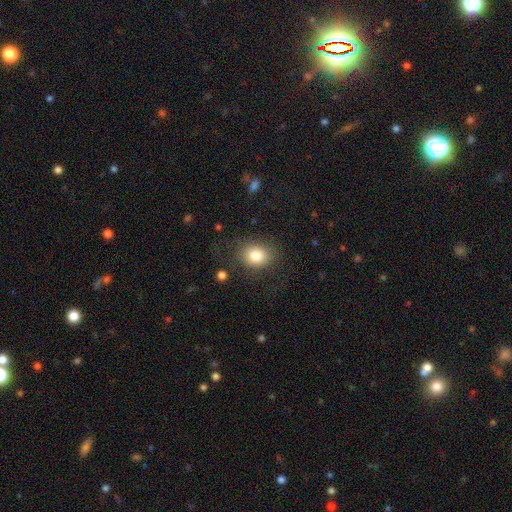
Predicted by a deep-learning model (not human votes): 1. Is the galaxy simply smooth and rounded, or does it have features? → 82% smooth, 10% star or artifact, 9% featured or disk.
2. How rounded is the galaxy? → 53% round, 46% in between, 1% cigar-shaped.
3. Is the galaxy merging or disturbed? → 77% none, 14% minor disturbance, 8% major disturbance, 2% merger.